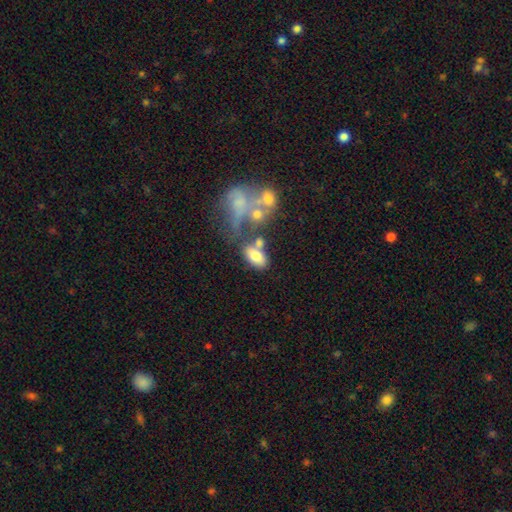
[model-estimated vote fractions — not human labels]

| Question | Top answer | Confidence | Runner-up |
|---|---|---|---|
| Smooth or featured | smooth | 72% | featured or disk (20%) |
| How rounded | in between | 90% | round (6%) |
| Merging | none | 41% | merger (34%) |